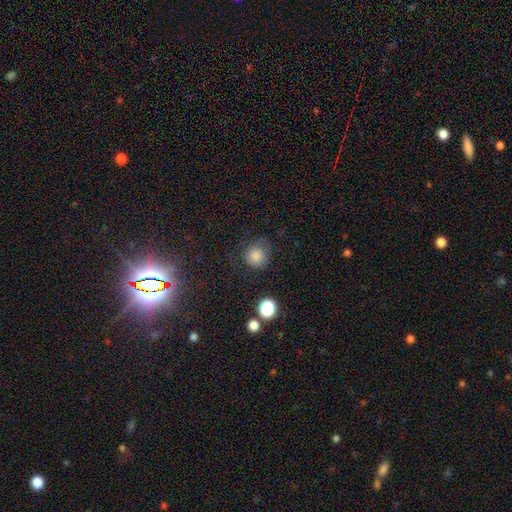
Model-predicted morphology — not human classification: This appears to be a smooth galaxy with no disk features (81%) that is round (88%). Merging: none (69%).